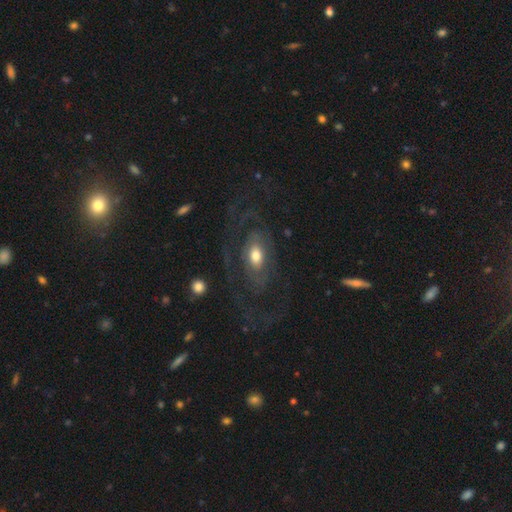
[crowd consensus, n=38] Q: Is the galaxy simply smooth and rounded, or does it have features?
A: featured or disk — 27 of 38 (71%).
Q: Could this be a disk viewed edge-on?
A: no — 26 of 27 (96%).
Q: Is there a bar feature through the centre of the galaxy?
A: no — 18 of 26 (69%).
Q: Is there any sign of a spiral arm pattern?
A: yes — 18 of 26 (69%).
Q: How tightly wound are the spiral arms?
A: tight — 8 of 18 (44%).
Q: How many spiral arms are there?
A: can't tell — 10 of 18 (56%).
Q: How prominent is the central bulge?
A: moderate — 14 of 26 (54%).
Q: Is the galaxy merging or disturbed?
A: none — 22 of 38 (58%).